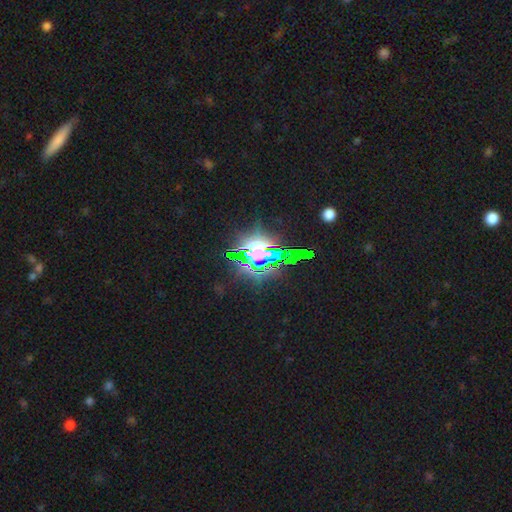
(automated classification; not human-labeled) Smooth or featured? Predicted: star or artifact (p=0.82).